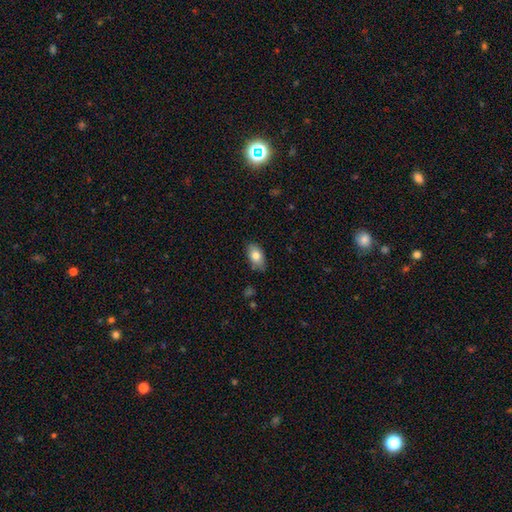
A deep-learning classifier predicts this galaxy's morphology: This is clearly a smooth galaxy (80%). How rounded: clearly in between (92%). Merging: clearly none (83%).